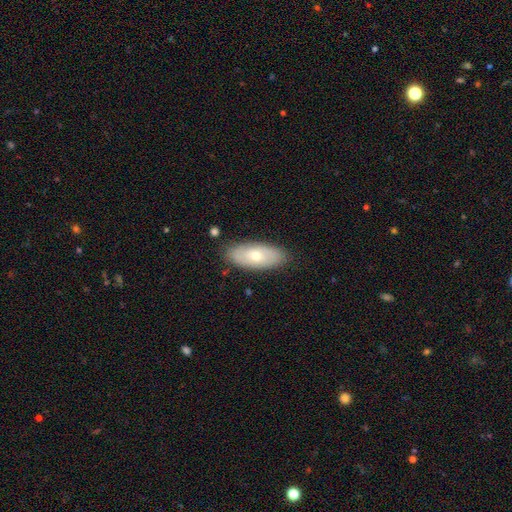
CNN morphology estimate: Q: Smooth or featured?
A: smooth (57%); runner-up: featured or disk (38%)
Q: How rounded?
A: in between (87%); runner-up: cigar-shaped (11%)
Q: Merging?
A: none (84%); runner-up: minor disturbance (12%)